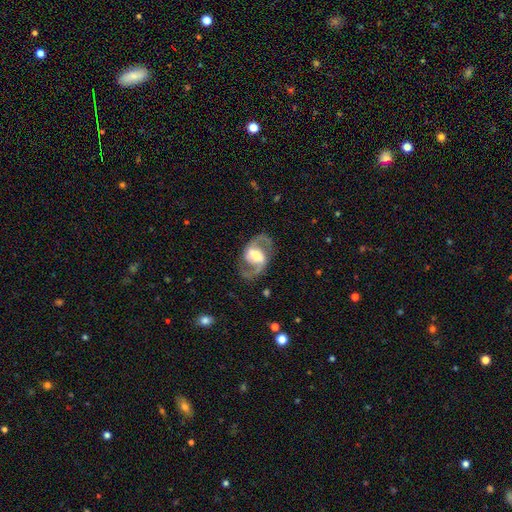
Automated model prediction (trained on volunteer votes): Smooth or featured? Predicted: featured or disk (p=0.85). Edge-on disk? Predicted: no (p=0.97). Bar? Predicted: weak (p=0.41). Spiral arms? Predicted: yes (p=0.92). Spiral winding? Predicted: medium (p=0.58). Spiral arm count? Predicted: 2 (p=0.92). Bulge size? Predicted: moderate (p=0.37). Merging? Predicted: none (p=0.77).